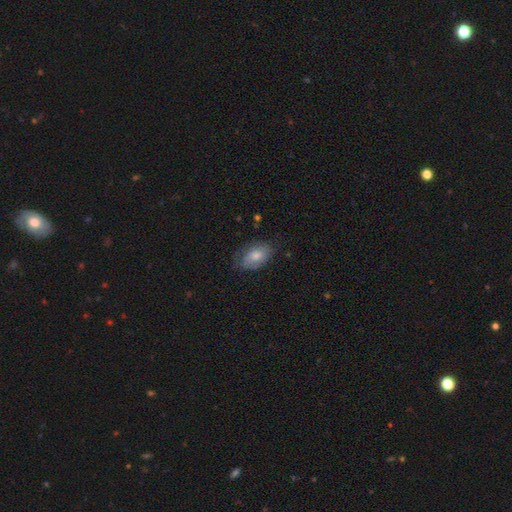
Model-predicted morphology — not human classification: Overall: smooth (72%). How rounded: in between (91%). Merging: none (64%; minor disturbance 27%).